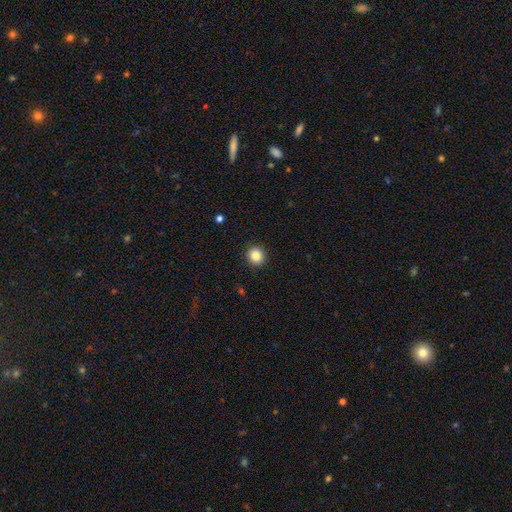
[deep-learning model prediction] smooth-or-featured: smooth: 85% | star or artifact: 10% | featured or disk: 5%
  how-rounded: round: 88% | in between: 11% | cigar-shaped: 1%
  merging: none: 92% | minor disturbance: 6% | major disturbance: 2% | merger: 1%